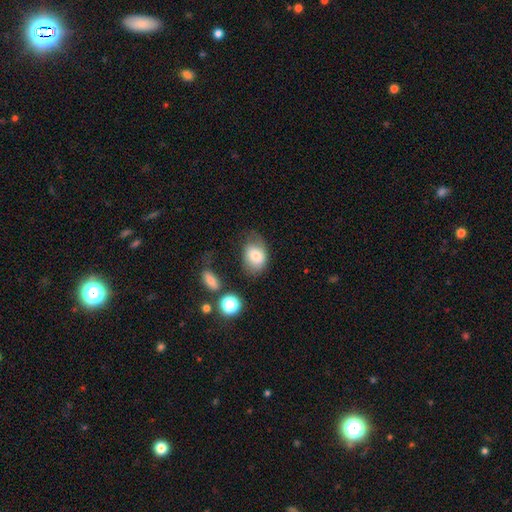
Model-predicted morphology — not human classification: smooth 76%, featured or disk 15%, star or artifact 9%. Down the decision tree: how rounded — in between (72%); merging — none (51%).